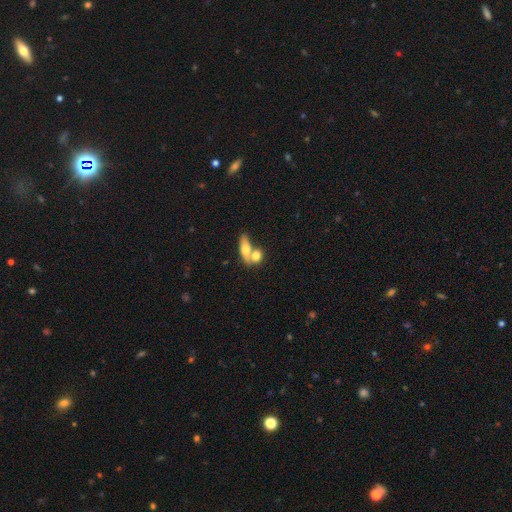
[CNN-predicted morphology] This is likely a smooth galaxy (69%). How rounded: likely in between (62%). Merging: likely merger (62%).